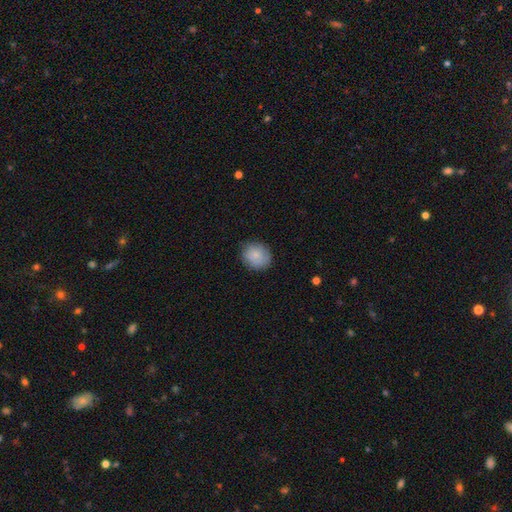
smooth-or-featured: smooth: 78% | featured or disk: 19% | star or artifact: 3%
  how-rounded: round: 86% | in between: 14% | cigar-shaped: 0%
  merging: none: 89% | minor disturbance: 8% | major disturbance: 3% | merger: 0%